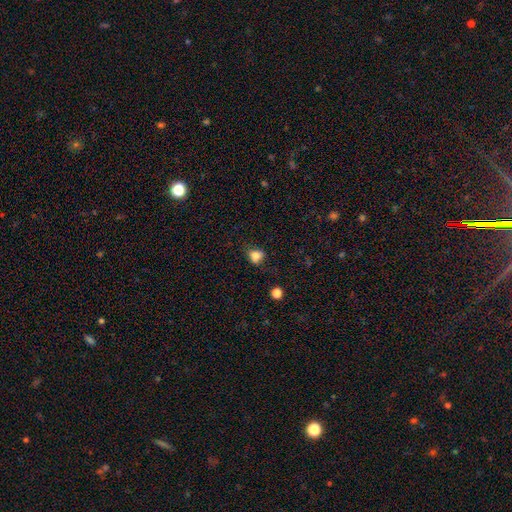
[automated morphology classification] smooth-or-featured: smooth: 79% | star or artifact: 12% | featured or disk: 9%
  how-rounded: round: 58% | in between: 41% | cigar-shaped: 1%
  merging: none: 60% | minor disturbance: 28% | major disturbance: 9% | merger: 4%